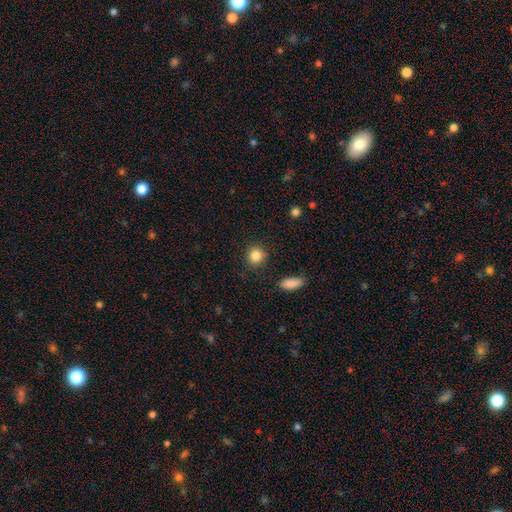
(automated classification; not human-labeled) Smooth or featured: smooth — 85% (star or artifact — 10%)
How rounded: round — 86% (in between — 13%)
Merging: none — 88% (minor disturbance — 8%)